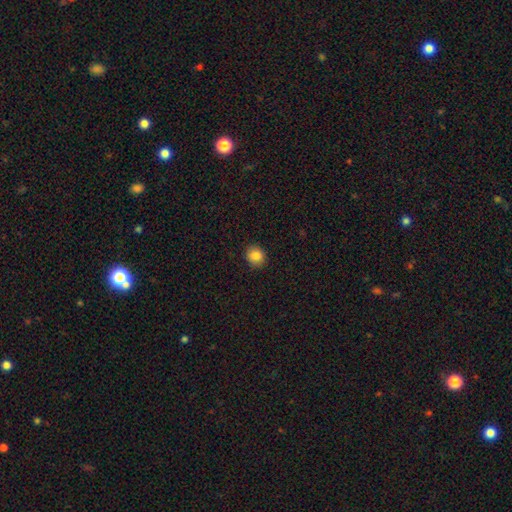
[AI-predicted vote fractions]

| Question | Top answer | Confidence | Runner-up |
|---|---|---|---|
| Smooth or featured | smooth | 84% | star or artifact (10%) |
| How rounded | round | 82% | in between (17%) |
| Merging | none | 91% | minor disturbance (7%) |